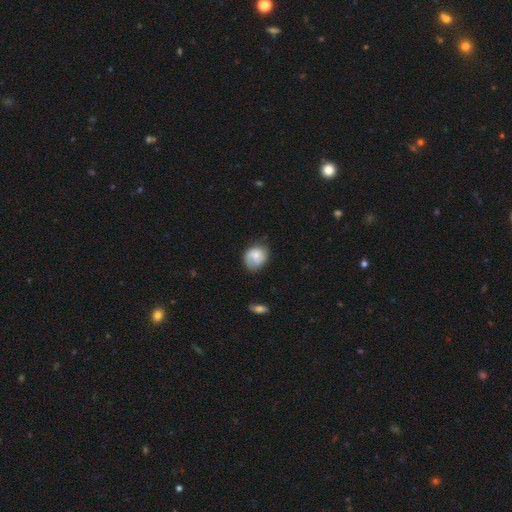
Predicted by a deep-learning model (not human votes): Smooth or featured? smooth (52%)
How rounded? round (59%)
Merging? none (61%)